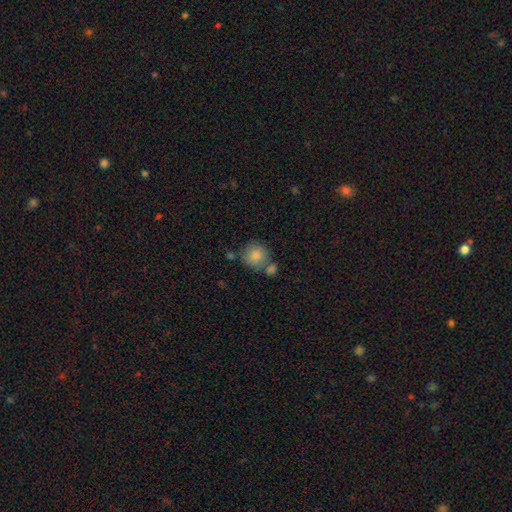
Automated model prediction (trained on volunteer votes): Smooth or featured: smooth — 83% (featured or disk — 9%)
How rounded: round — 88% (in between — 11%)
Merging: none — 60% (merger — 23%)